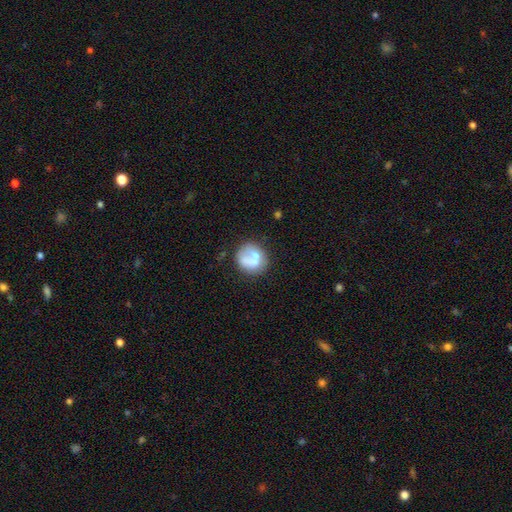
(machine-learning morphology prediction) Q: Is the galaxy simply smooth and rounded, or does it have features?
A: smooth — 61%.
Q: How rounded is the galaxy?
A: round — 82%.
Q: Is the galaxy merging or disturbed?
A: none — 48%.